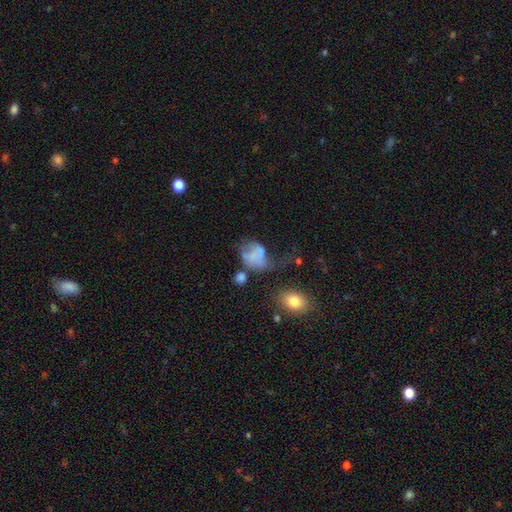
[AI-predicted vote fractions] This is possibly a smooth galaxy (55%). How rounded: likely in between (60%). Merging: possibly major disturbance (46%).